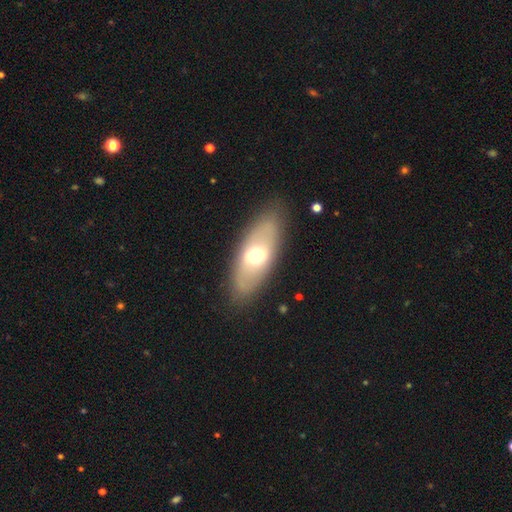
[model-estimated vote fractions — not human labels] This is possibly a smooth galaxy (51%). How rounded: clearly in between (81%). Merging: clearly none (85%).